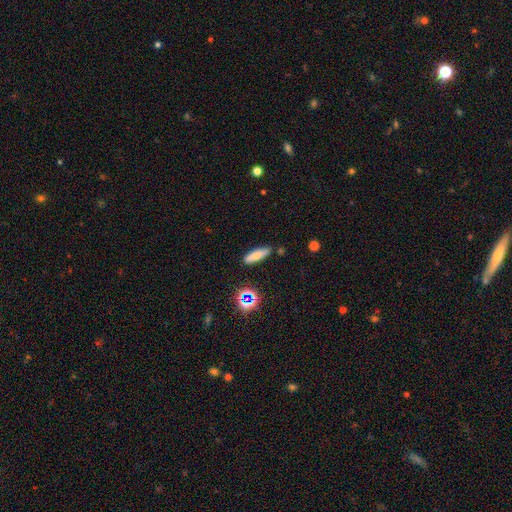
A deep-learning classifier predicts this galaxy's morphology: smooth 71%, featured or disk 17%, star or artifact 12%. Down the decision tree: how rounded — cigar-shaped (56%); merging — none (82%).